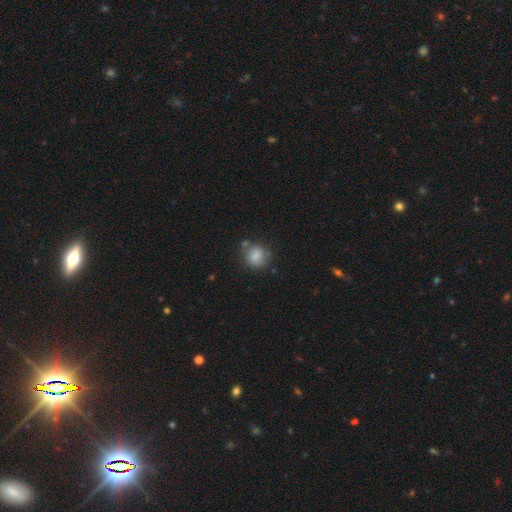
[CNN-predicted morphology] A smooth galaxy with no disk features (85%) that is round (81%).

Vote fractions:
- Smooth or featured? smooth: 85% / star or artifact: 9% / featured or disk: 7%
- How rounded? round: 81% / in between: 18% / cigar-shaped: 1%
- Merging? none: 68% / minor disturbance: 17% / merger: 9% / major disturbance: 5%